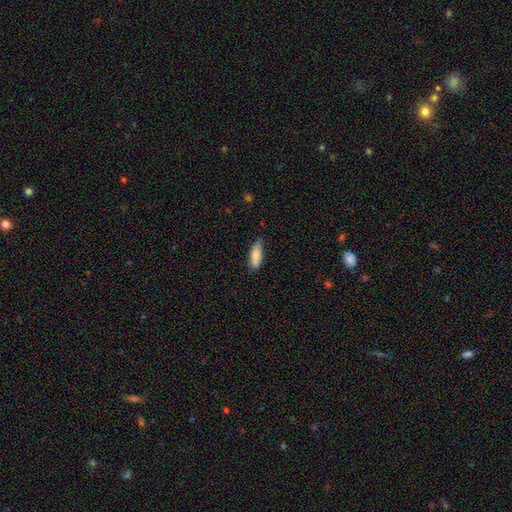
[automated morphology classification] This is clearly a smooth galaxy (81%). How rounded: likely in between (62%). Merging: likely none (71%).